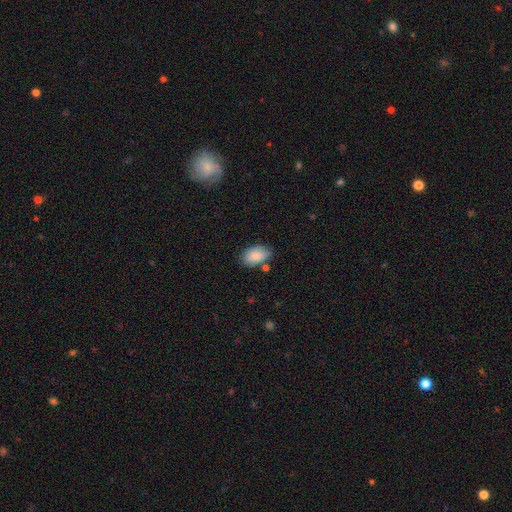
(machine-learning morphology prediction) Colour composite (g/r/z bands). It shows a smooth galaxy with no disk features (87%) that is in between round and cigar-shaped (92%). Merging: none (73%).